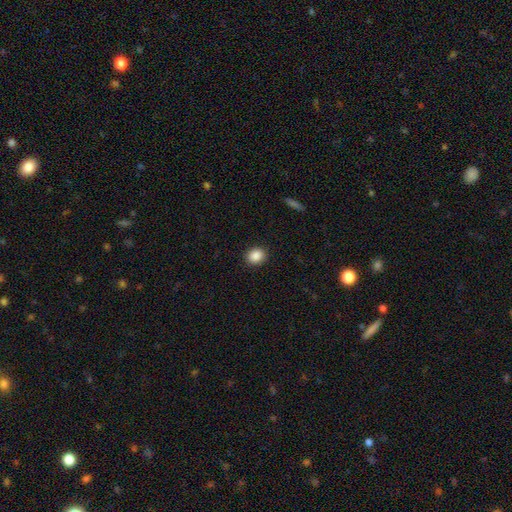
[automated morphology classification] This appears to be a smooth galaxy with no disk features (87%) that is round (64%). Merging: none (91%).